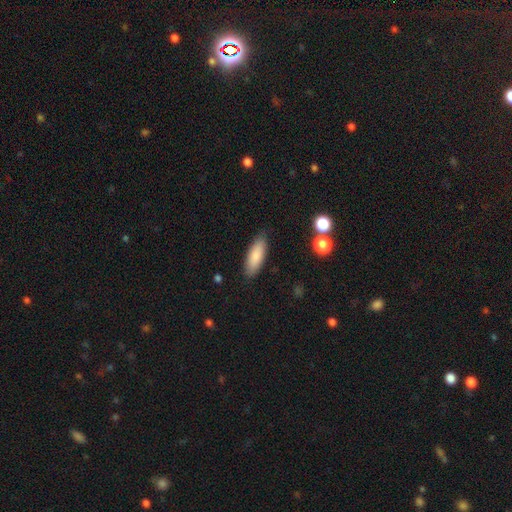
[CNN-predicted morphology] Q: Smooth or featured?
A: smooth (85%); runner-up: featured or disk (9%)
Q: How rounded?
A: in between (63%); runner-up: cigar-shaped (35%)
Q: Merging?
A: none (86%); runner-up: minor disturbance (10%)